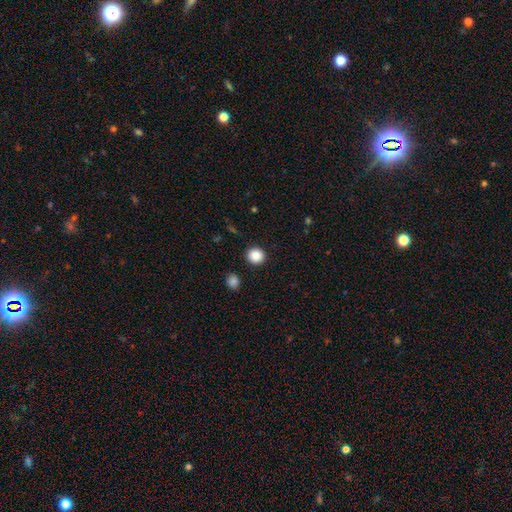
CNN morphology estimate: Q: Smooth or featured?
A: smooth (87%); runner-up: star or artifact (9%)
Q: How rounded?
A: round (90%); runner-up: in between (9%)
Q: Merging?
A: none (92%); runner-up: minor disturbance (5%)